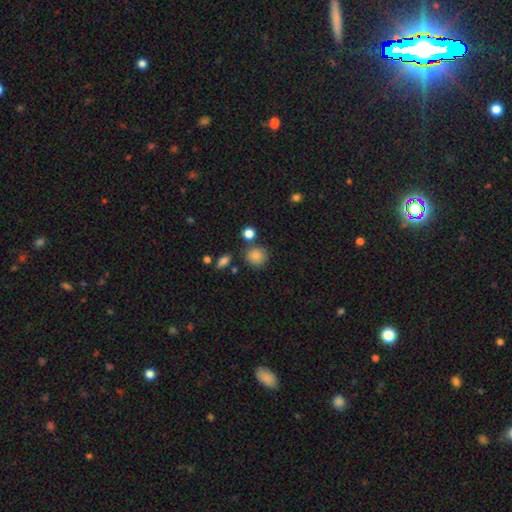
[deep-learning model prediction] A smooth galaxy with no disk features (85%) that is round (86%).

Vote fractions:
- Smooth or featured? smooth: 85% / star or artifact: 10% / featured or disk: 5%
- How rounded? round: 86% / in between: 13% / cigar-shaped: 1%
- Merging? none: 77% / minor disturbance: 11% / merger: 8% / major disturbance: 3%